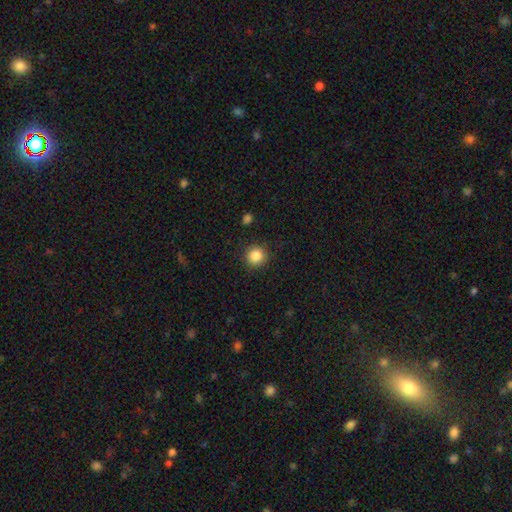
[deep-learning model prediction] smooth 86%, star or artifact 10%, featured or disk 4%. Down the decision tree: how rounded — round (92%); merging — none (90%).